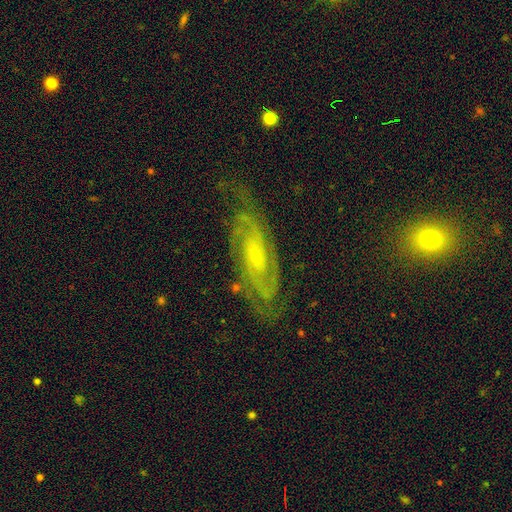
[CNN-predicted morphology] A featured or disk galaxy (87%) with no bar (51%), 2 (57%) tight (60%) spiral arms (97%) and a small central bulge (68%). Merging: none (75%).